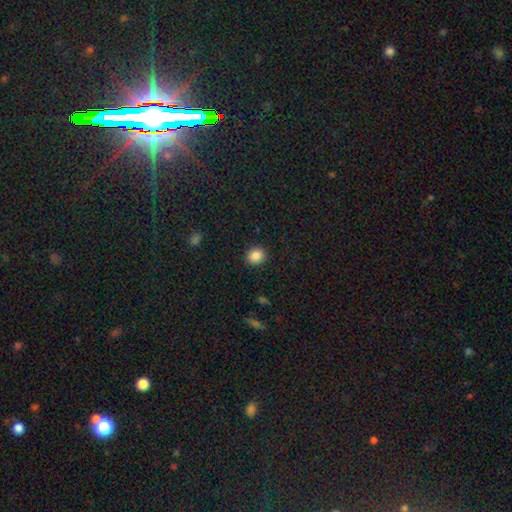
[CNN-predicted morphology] Q: Smooth or featured?
A: smooth (87%); runner-up: star or artifact (10%)
Q: How rounded?
A: round (81%); runner-up: in between (18%)
Q: Merging?
A: none (91%); runner-up: minor disturbance (6%)